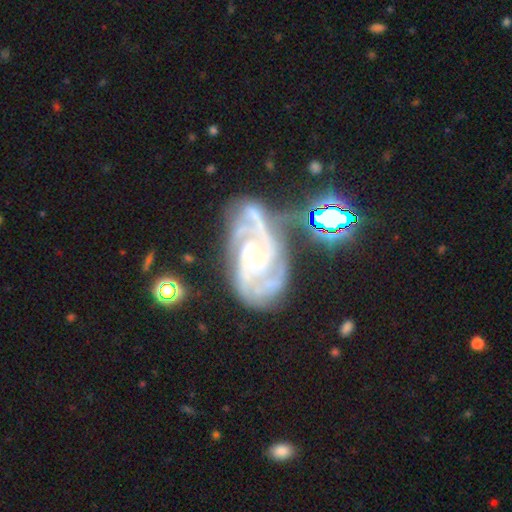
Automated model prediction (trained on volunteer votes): Overall: featured or disk (90%). Edge-on disk: no (97%). Bar: no (65%). Spiral arms: yes (98%). Spiral arm count: 2 (33%; 3 32%). Spiral winding: tight (55%; medium 38%). Bulge size: small (68%; moderate 28%). Merging: none (50%; minor disturbance 23%).